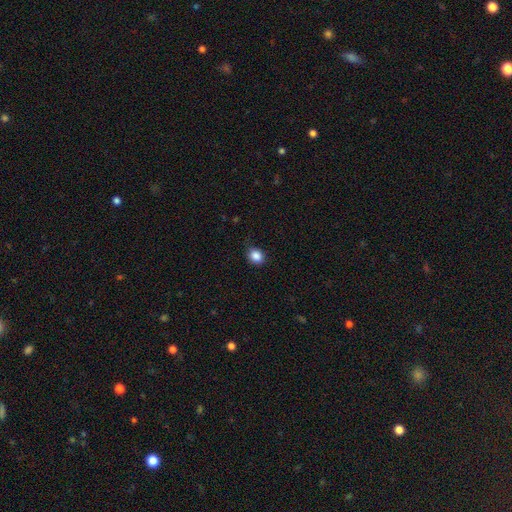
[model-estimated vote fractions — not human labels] A smooth galaxy with no disk features (86%) that is round (64%). Merging: none (82%).